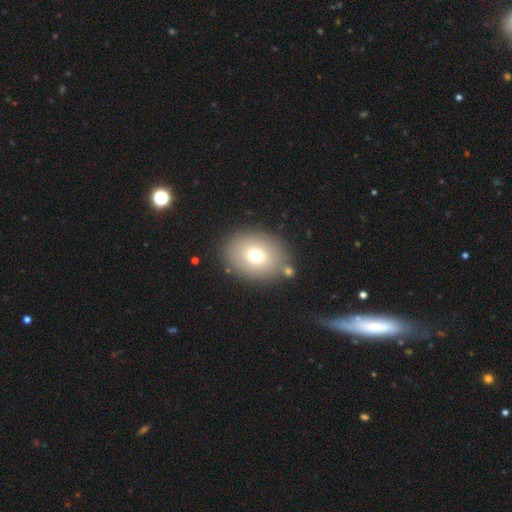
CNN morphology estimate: This is likely a smooth galaxy (72%). How rounded: possibly round (51%). Merging: likely none (80%).